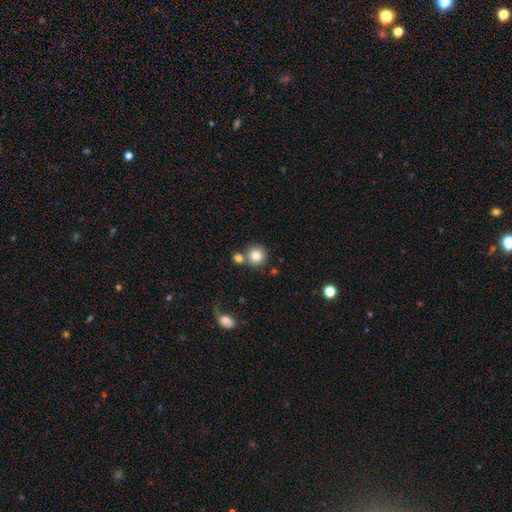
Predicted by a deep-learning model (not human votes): smooth_or_featured: smooth (p=0.83) [alt: star or artifact p=0.09]
how_rounded: round (p=0.92) [alt: in between p=0.07]
merging: none (p=0.66) [alt: merger p=0.23]